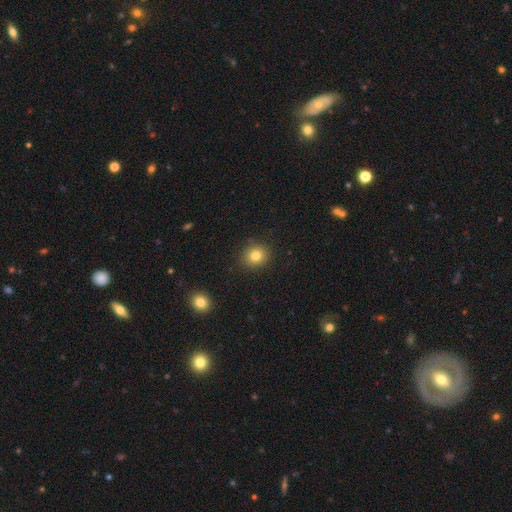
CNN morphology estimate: smooth-or-featured: smooth: 81% | star or artifact: 12% | featured or disk: 7%
  how-rounded: round: 80% | in between: 19% | cigar-shaped: 1%
  merging: none: 88% | minor disturbance: 8% | major disturbance: 2% | merger: 2%